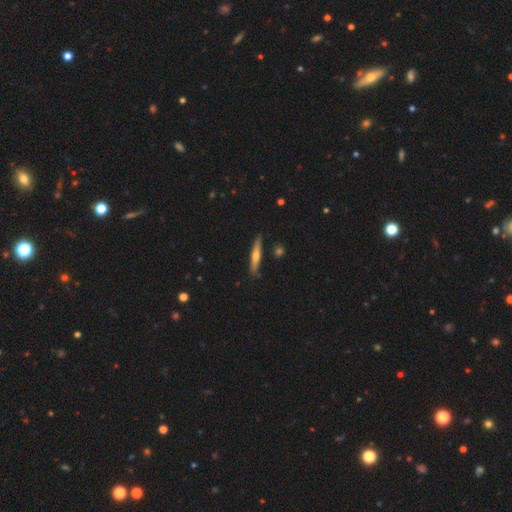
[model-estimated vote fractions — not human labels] Smooth or featured?
  - featured or disk: 49% *
  - smooth: 45%
  - star or artifact: 6%
Merging?
  - none: 85% *
  - minor disturbance: 11%
  - merger: 2%
  - major disturbance: 2%